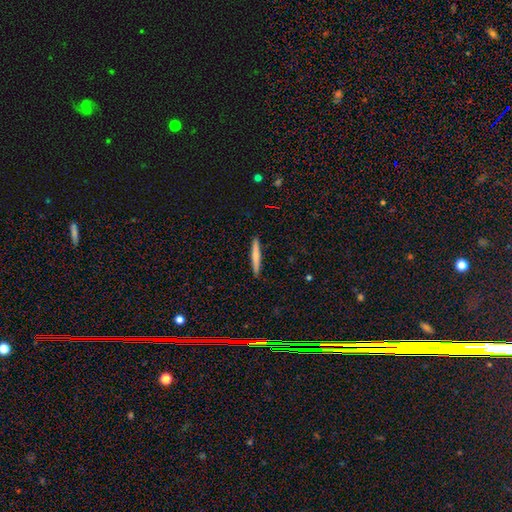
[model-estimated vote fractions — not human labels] The model was most divided on "smooth or featured": smooth: 68%, featured or disk: 26%, star or artifact: 6%. More confident: how rounded — cigar-shaped (95%); merging — none (91%).